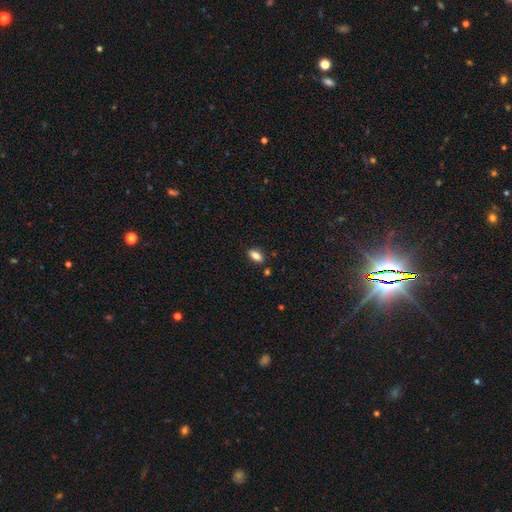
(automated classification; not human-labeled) smooth_or_featured: smooth (p=0.82) [alt: featured or disk p=0.09]
how_rounded: in between (p=0.87) [alt: cigar-shaped p=0.09]
merging: none (p=0.84) [alt: minor disturbance p=0.10]